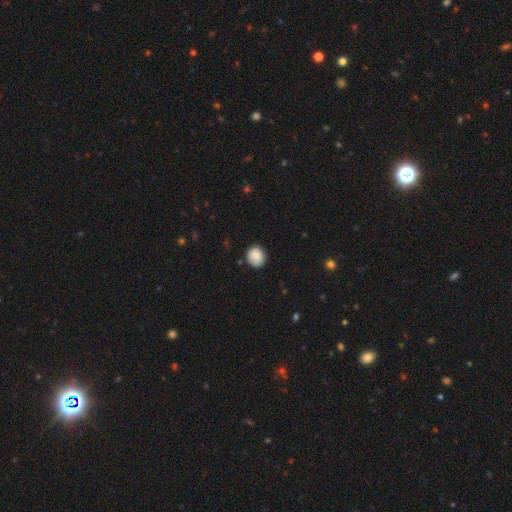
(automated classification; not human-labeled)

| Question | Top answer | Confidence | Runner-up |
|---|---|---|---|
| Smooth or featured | smooth | 88% | star or artifact (8%) |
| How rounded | round | 71% | in between (28%) |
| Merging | none | 82% | minor disturbance (14%) |